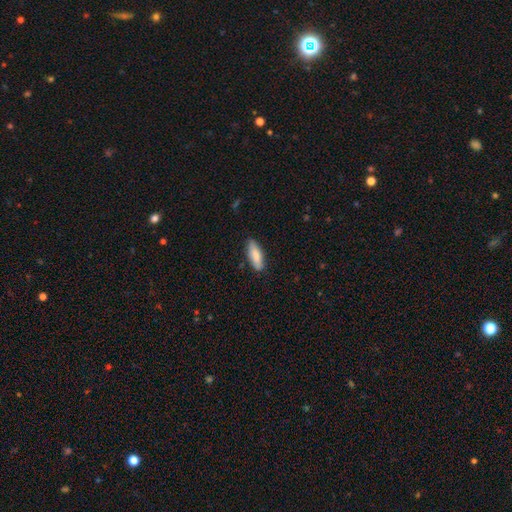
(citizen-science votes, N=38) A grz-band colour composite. It shows a smooth galaxy with no disk features (84%) that is cigar-shaped (59%). Merging: none (84%).